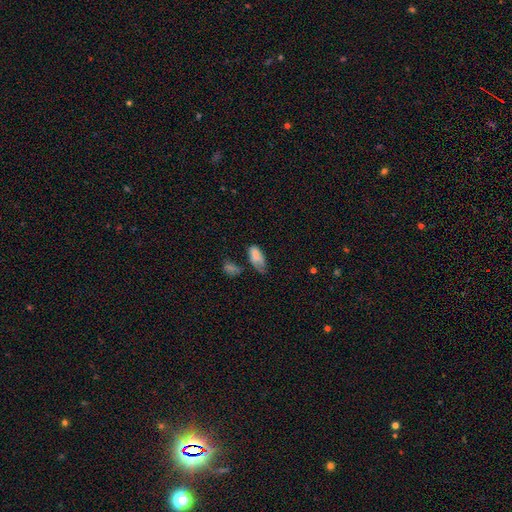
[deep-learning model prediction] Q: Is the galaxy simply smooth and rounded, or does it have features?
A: smooth — 78%.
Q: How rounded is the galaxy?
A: in between — 90%.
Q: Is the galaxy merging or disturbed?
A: minor disturbance — 36%.